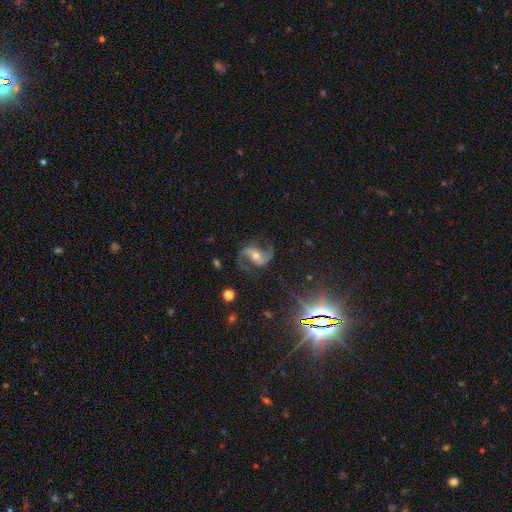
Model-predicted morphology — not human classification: Smooth or featured: featured or disk — 87% (star or artifact — 8%)
Edge-on disk: no — 97% (yes — 3%)
Bar: no — 35% (weak — 33%)
Spiral arms: yes — 97% (no — 3%)
Spiral winding: loose — 63% (medium — 31%)
Spiral arm count: 2 — 93% (1 — 2%)
Bulge size: moderate — 60% (small — 34%)
Merging: none — 77% (minor disturbance — 13%)